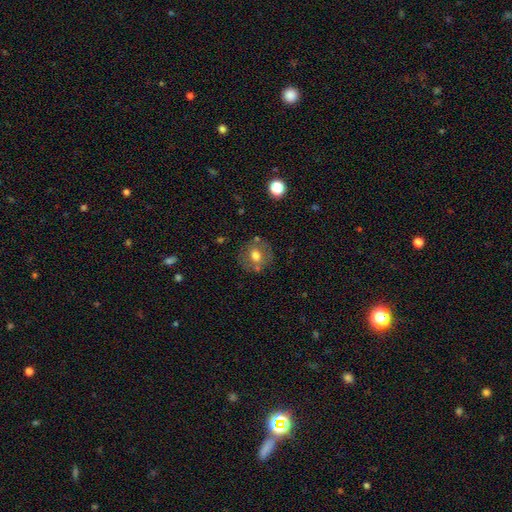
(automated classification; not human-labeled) A smooth galaxy with no disk features (62%) that is round (81%). Merging: none (76%).